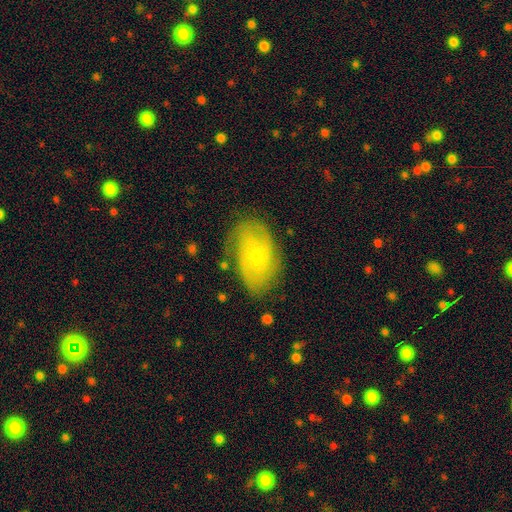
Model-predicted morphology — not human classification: featured or disk 65%, smooth 28%, star or artifact 7%. Down the decision tree: edge-on disk — no (96%); bar — no (70%); spiral arms — yes (85%); spiral arm count — 2 (45%); spiral winding — tight (49%); bulge size — small (79%); merging — none (74%).